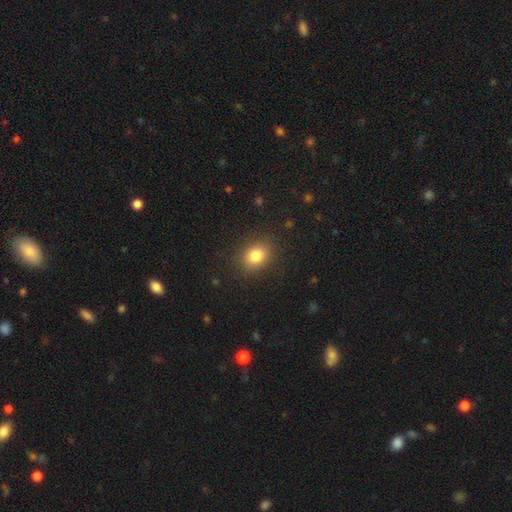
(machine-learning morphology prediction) Smooth or featured: smooth — 82% (star or artifact — 11%)
How rounded: round — 50% (in between — 49%)
Merging: none — 87% (minor disturbance — 9%)